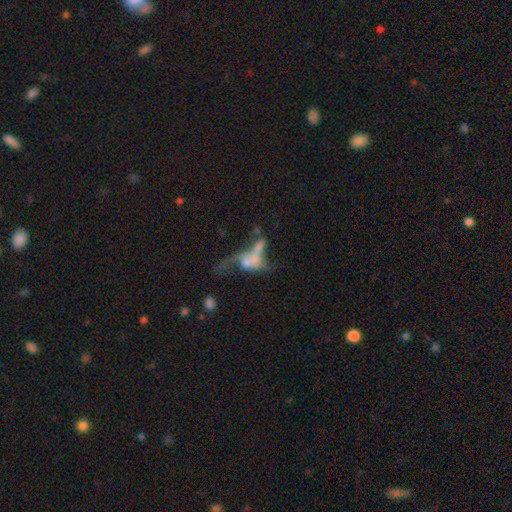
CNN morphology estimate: smooth-or-featured: featured or disk: 47% | smooth: 39% | star or artifact: 14%
  merging: merger: 50% | major disturbance: 29% | none: 13% | minor disturbance: 8%